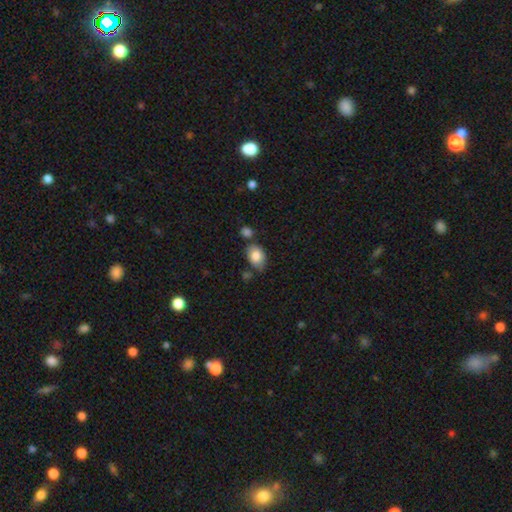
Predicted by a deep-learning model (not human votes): Smooth or featured: smooth — 83% (featured or disk — 10%)
How rounded: in between — 81% (round — 17%)
Merging: none — 59% (minor disturbance — 23%)